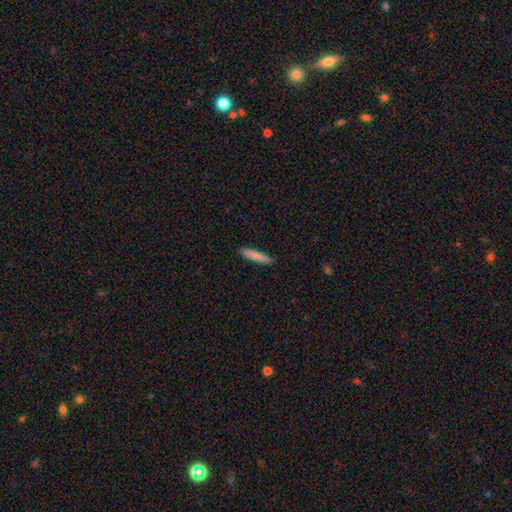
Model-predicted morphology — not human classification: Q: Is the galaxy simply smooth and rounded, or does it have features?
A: smooth — 83%.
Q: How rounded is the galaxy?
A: cigar-shaped — 92%.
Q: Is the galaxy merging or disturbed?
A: none — 90%.